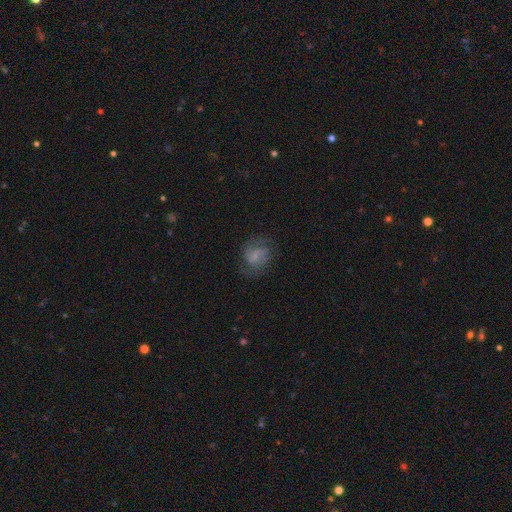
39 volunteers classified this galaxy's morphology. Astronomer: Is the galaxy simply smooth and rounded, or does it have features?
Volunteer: featured or disk — 54% (runner-up: smooth, 41%).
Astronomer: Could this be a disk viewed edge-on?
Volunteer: no — 100%.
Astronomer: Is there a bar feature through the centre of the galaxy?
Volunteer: weak — 52% (runner-up: no, 43%).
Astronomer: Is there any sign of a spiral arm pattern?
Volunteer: yes — 90%.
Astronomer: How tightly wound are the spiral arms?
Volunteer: medium — 68%.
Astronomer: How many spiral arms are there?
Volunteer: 2 — 79%.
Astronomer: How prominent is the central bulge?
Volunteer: none — 57% (runner-up: small, 33%).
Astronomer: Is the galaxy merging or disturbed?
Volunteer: none — 62%.